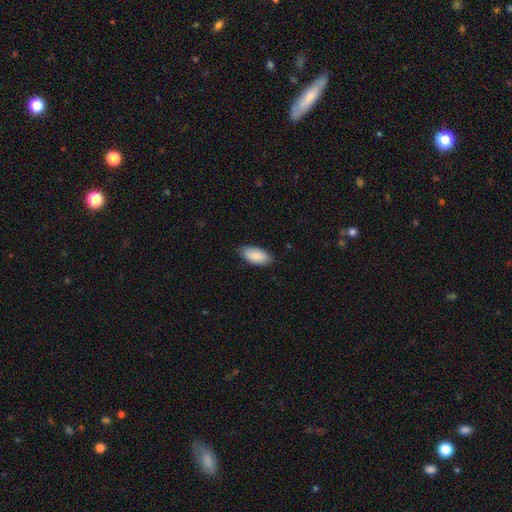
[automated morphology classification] Q: Smooth or featured?
A: smooth (89%); runner-up: featured or disk (6%)
Q: How rounded?
A: in between (92%); runner-up: cigar-shaped (6%)
Q: Merging?
A: none (83%); runner-up: minor disturbance (14%)